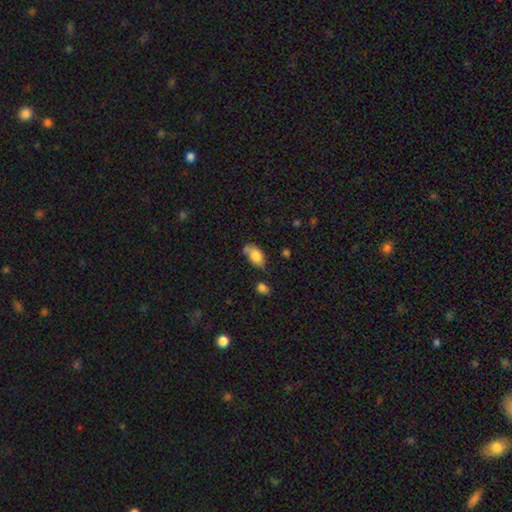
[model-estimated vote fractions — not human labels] This appears to be a smooth galaxy with no disk features (81%) that is in between round and cigar-shaped (92%). Merging: none (48%).